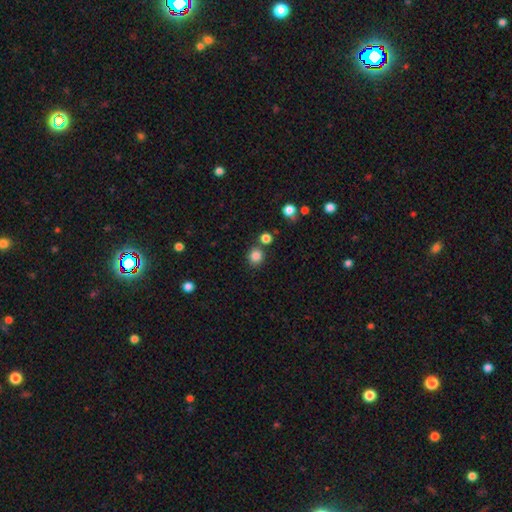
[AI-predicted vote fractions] Smooth or featured?
  - smooth: 84% *
  - star or artifact: 12%
  - featured or disk: 4%
How rounded?
  - round: 86% *
  - in between: 14%
  - cigar-shaped: 1%
Merging?
  - none: 76% *
  - merger: 11%
  - minor disturbance: 9%
  - major disturbance: 3%